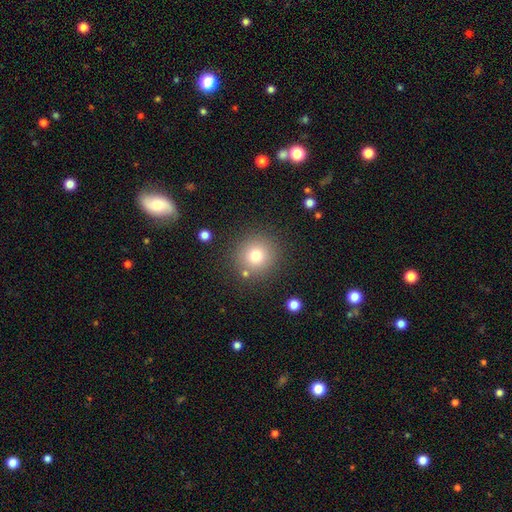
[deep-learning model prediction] A smooth galaxy with no disk features (77%) that is round (93%). Merging: none (84%).